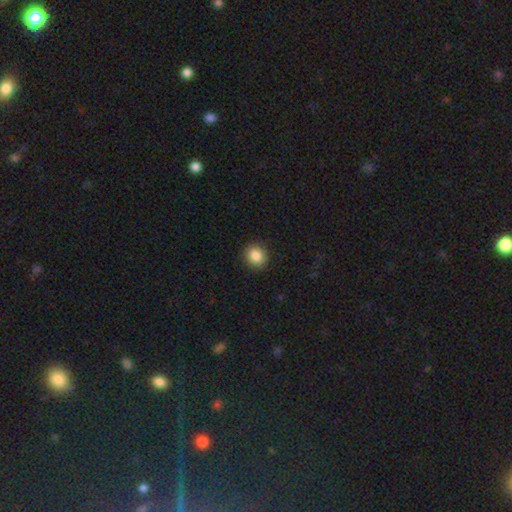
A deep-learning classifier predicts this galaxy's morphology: smooth-or-featured: smooth: 86% | star or artifact: 9% | featured or disk: 5%
  how-rounded: round: 84% | in between: 15% | cigar-shaped: 1%
  merging: none: 90% | minor disturbance: 7% | major disturbance: 2% | merger: 1%